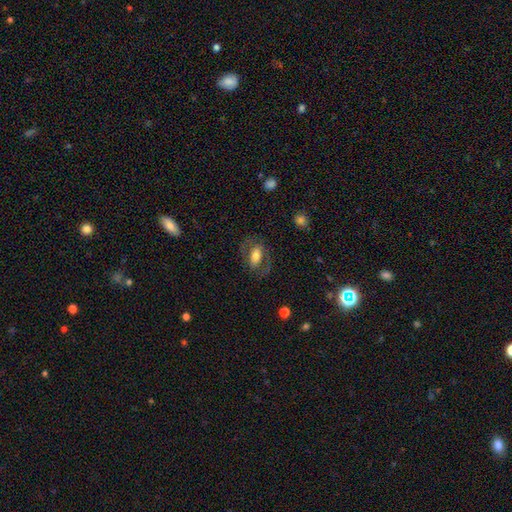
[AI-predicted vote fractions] Smooth or featured? smooth (54%)
How rounded? in between (86%)
Merging? none (70%)